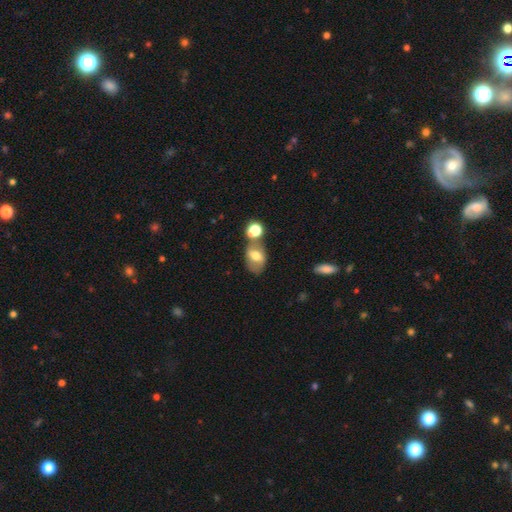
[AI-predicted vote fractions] smooth_or_featured: smooth (p=0.59) [alt: featured or disk p=0.32]
how_rounded: in between (p=0.81) [alt: round p=0.18]
merging: none (p=0.47) [alt: merger p=0.30]